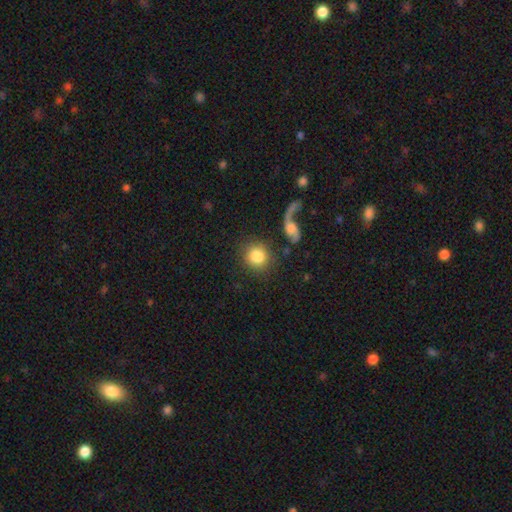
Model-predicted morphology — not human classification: type=smooth (81%); roundness=round (85%); merging=none (68%).